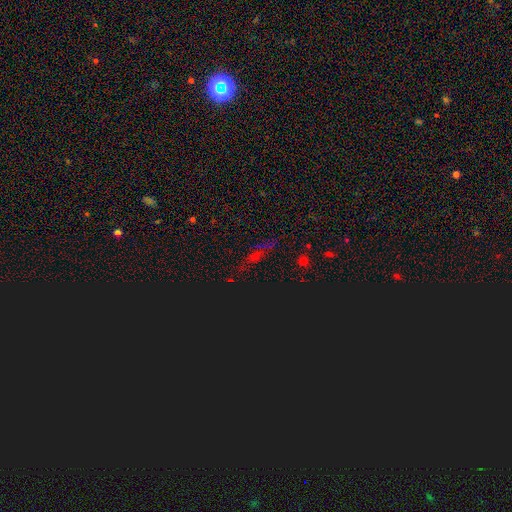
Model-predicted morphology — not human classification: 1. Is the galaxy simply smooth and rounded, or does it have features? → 51% star or artifact, 32% smooth, 16% featured or disk.